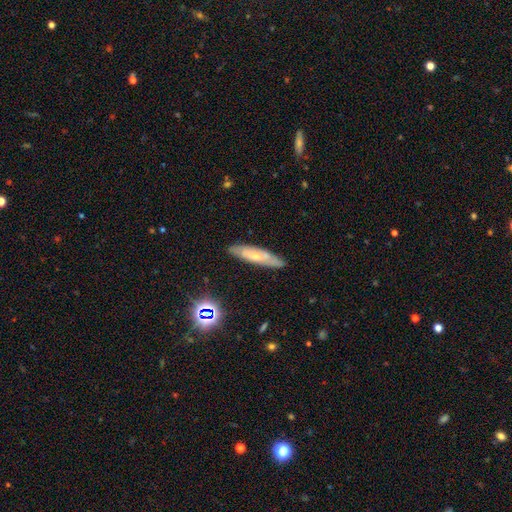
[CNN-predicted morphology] Smooth or featured? Predicted: featured or disk (p=0.51). Edge-on disk? Predicted: no (p=0.52). Merging? Predicted: none (p=0.80).